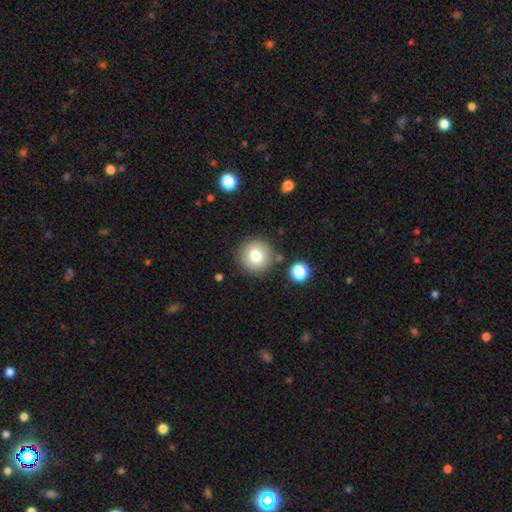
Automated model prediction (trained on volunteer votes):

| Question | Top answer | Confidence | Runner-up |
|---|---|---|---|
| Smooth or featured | smooth | 78% | star or artifact (11%) |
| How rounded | round | 95% | in between (4%) |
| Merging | none | 85% | minor disturbance (8%) |